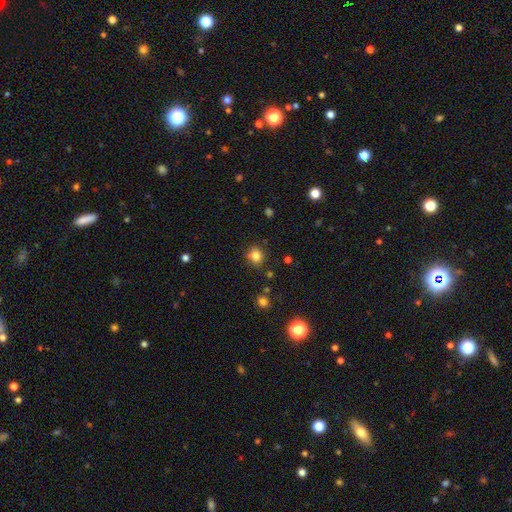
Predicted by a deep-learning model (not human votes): A smooth galaxy with no disk features (82%) that is round (81%). Merging: none (84%).